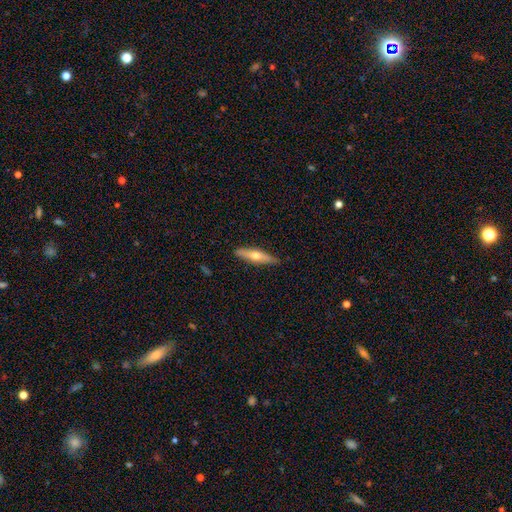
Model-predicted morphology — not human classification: Smooth or featured: featured or disk — 50% (smooth — 44%)
Edge-on disk: yes — 90% (no — 10%)
Merging: none — 87% (minor disturbance — 10%)